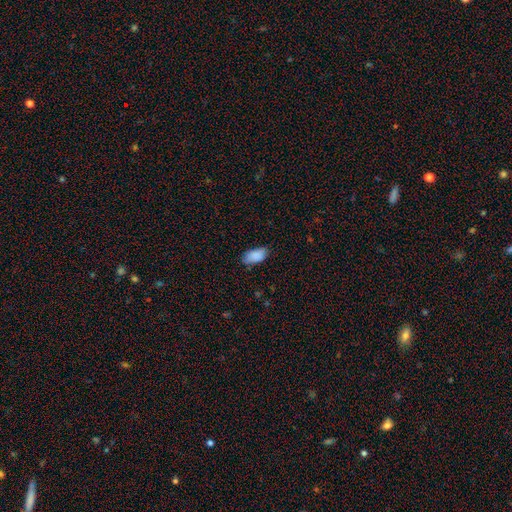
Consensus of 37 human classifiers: Smooth or featured? 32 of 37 (86%) said smooth. How rounded? 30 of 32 (94%) said in between. Merging? 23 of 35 (66%) said none.